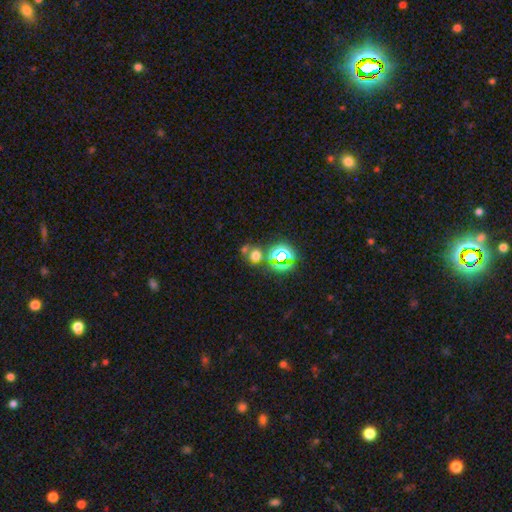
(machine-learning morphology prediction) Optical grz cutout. It shows a smooth galaxy with no disk features (48%). Merging: none (58%).